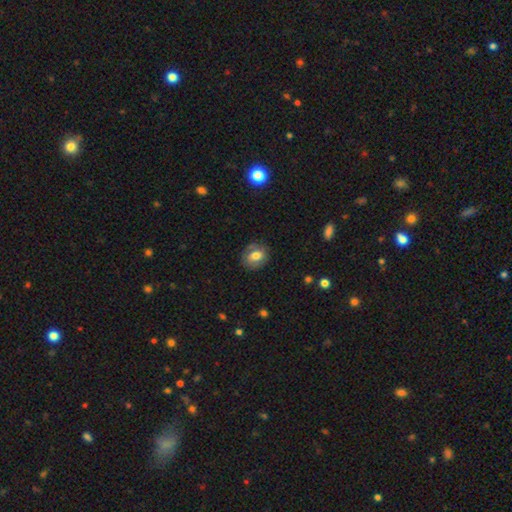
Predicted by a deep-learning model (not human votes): Smooth or featured?
  - smooth: 68% *
  - featured or disk: 22%
  - star or artifact: 10%
How rounded?
  - round: 58% *
  - in between: 41%
  - cigar-shaped: 1%
Merging?
  - none: 77% *
  - minor disturbance: 17%
  - major disturbance: 4%
  - merger: 2%